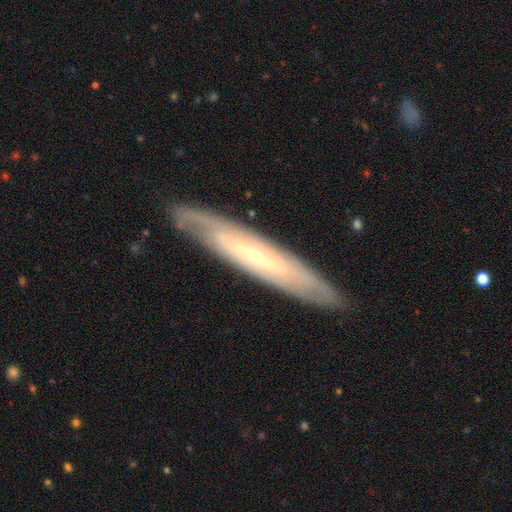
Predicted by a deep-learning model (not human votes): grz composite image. It shows a featured or disk galaxy (78%). Merging: none (85%).